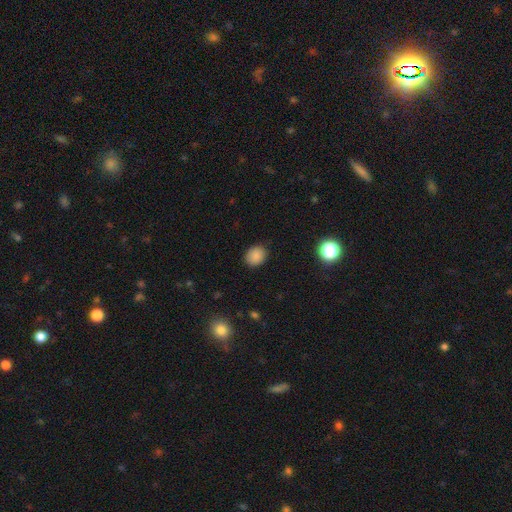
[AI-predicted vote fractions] smooth_or_featured: smooth (p=0.85) [alt: star or artifact p=0.11]
how_rounded: round (p=0.61) [alt: in between p=0.39]
merging: none (p=0.87) [alt: minor disturbance p=0.09]